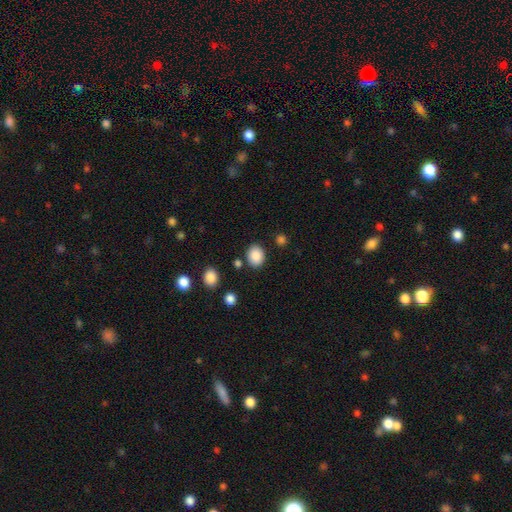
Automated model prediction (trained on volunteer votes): smooth 88%, star or artifact 8%, featured or disk 4%. Down the decision tree: how rounded — round (51%); merging — none (84%).